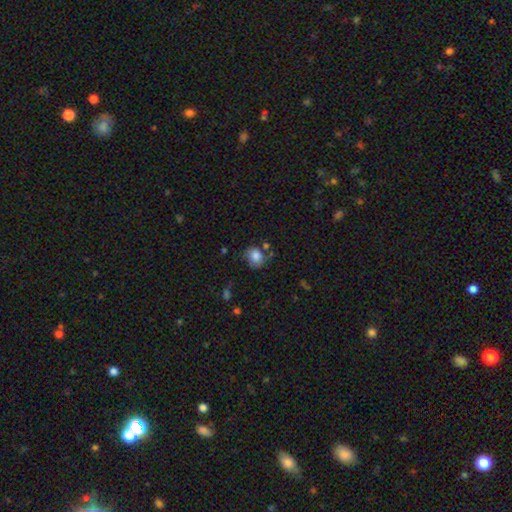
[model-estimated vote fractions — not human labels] smooth-or-featured: smooth: 80% | featured or disk: 11% | star or artifact: 9%
  how-rounded: round: 62% | in between: 37% | cigar-shaped: 1%
  merging: none: 58% | minor disturbance: 25% | major disturbance: 9% | merger: 8%